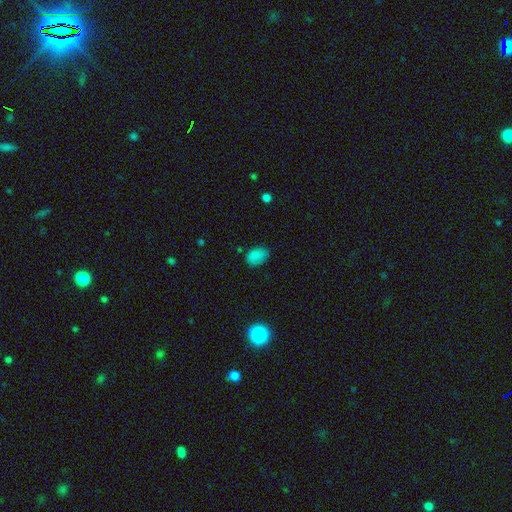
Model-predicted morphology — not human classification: This is clearly a smooth galaxy (83%). How rounded: clearly in between (84%). Merging: likely none (72%).